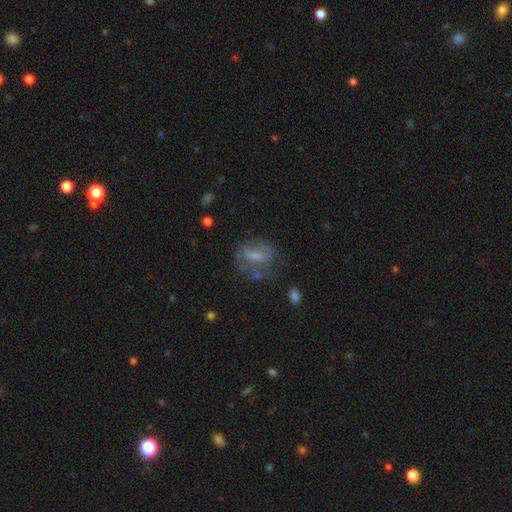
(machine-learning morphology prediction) Smooth or featured: smooth — 48% (featured or disk — 41%)
Merging: none — 50% (minor disturbance — 24%)